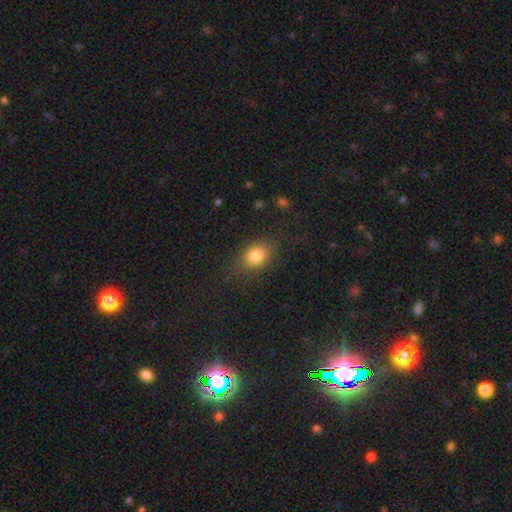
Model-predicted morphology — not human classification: This appears to be a smooth galaxy with no disk features (81%) that is in between round and cigar-shaped (64%). Merging: none (77%).